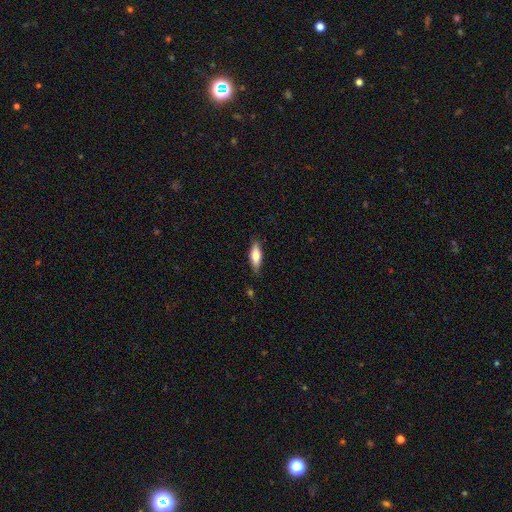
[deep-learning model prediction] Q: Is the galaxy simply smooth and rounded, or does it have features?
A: smooth — 74%.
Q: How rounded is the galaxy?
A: in between — 57%.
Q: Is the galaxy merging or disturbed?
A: none — 81%.